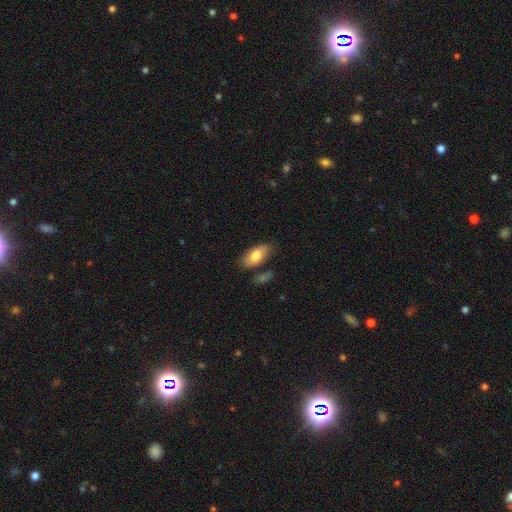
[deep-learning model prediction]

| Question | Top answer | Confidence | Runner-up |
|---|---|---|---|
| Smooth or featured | smooth | 78% | featured or disk (16%) |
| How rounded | in between | 88% | cigar-shaped (9%) |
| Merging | none | 73% | minor disturbance (16%) |